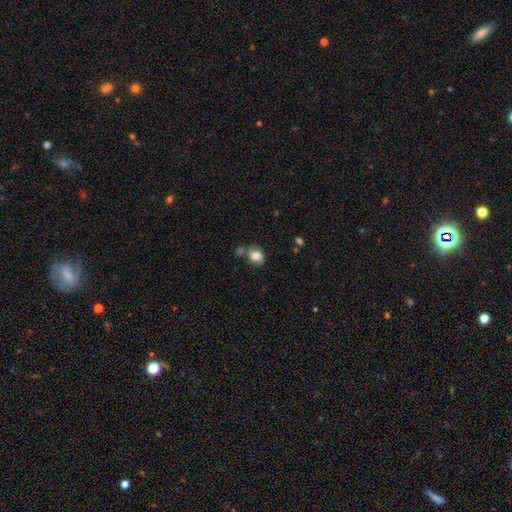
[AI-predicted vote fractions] The model was most divided on "how rounded": in between: 51%, round: 48%, cigar-shaped: 1%. More confident: smooth or featured — smooth (74%); merging — none (53%).